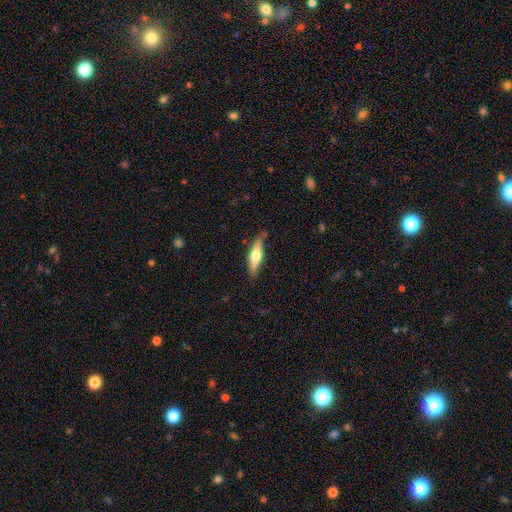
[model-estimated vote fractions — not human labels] Smooth or featured?
  - featured or disk: 53% *
  - smooth: 41%
  - star or artifact: 6%
Edge-on disk?
  - yes: 93% *
  - no: 7%
Merging?
  - none: 81% *
  - minor disturbance: 14%
  - major disturbance: 3%
  - merger: 2%